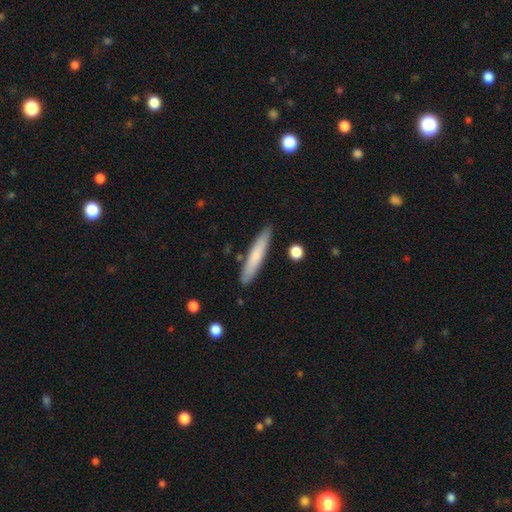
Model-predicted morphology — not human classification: This is likely a smooth galaxy (72%). How rounded: clearly cigar-shaped (92%). Merging: clearly none (87%).